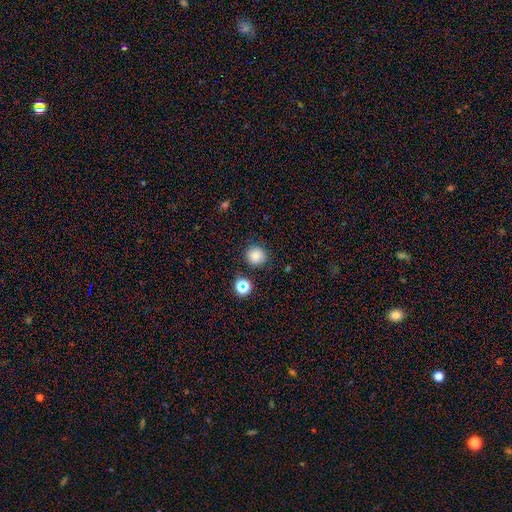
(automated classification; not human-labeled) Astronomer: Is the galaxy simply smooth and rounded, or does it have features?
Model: smooth — 82%.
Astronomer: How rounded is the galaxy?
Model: round — 91%.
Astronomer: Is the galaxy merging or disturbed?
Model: none — 87%.